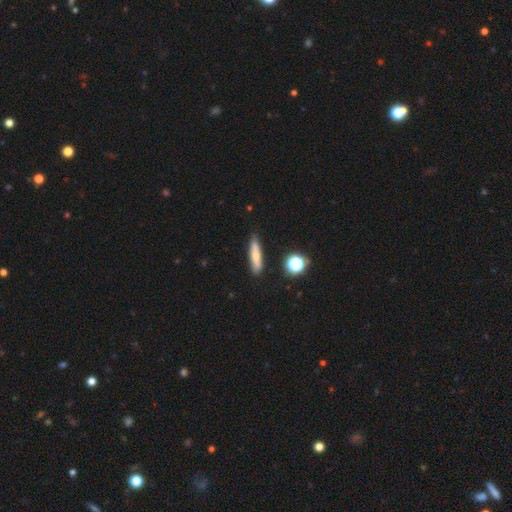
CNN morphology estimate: Smooth or featured: smooth — 60% (featured or disk — 31%)
How rounded: cigar-shaped — 79% (in between — 17%)
Merging: none — 83% (minor disturbance — 12%)